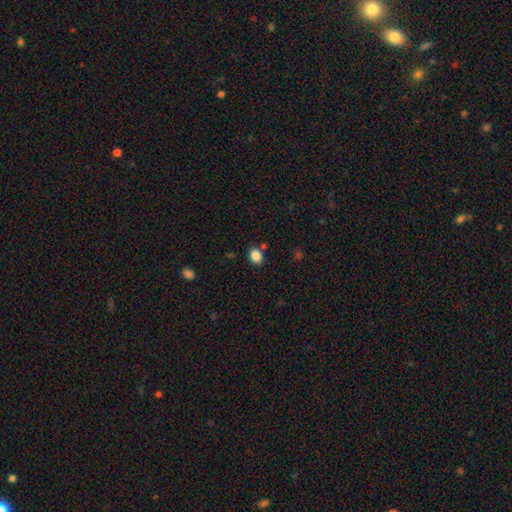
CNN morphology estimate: smooth 86%, star or artifact 10%, featured or disk 4%. Down the decision tree: how rounded — in between (53%); merging — none (77%).